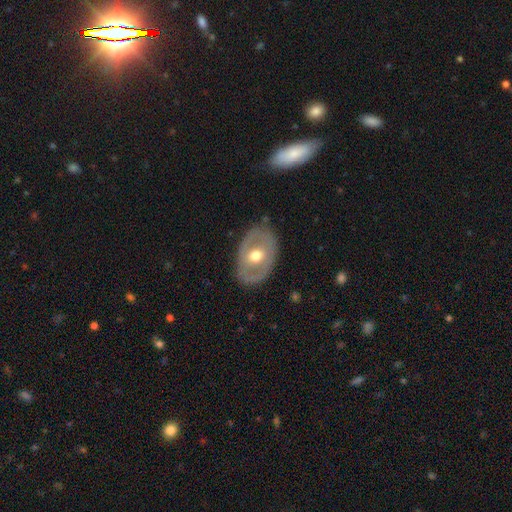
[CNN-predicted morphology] smooth-or-featured: featured or disk: 57% | smooth: 38% | star or artifact: 5%
  disk-edge-on: no: 91% | yes: 9%
    bar: no: 63% | weak: 27% | strong: 10%
    has-spiral-arms: no: 79% | yes: 21%
    bulge-size: moderate: 75% | large: 14% | small: 9% | dominant: 1% | none: 1%
  merging: none: 80% | minor disturbance: 14% | major disturbance: 5% | merger: 1%